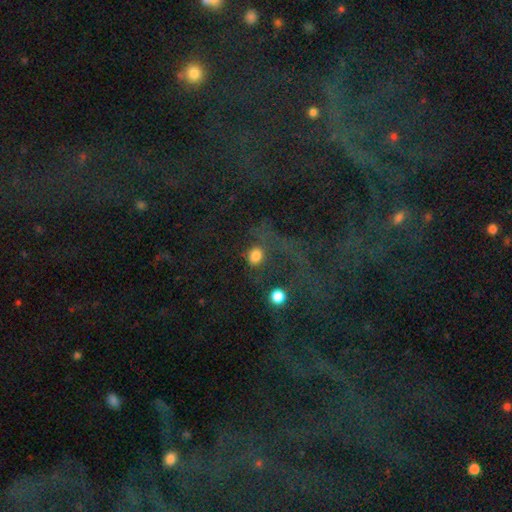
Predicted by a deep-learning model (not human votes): Q: Smooth or featured?
A: smooth (74%); runner-up: star or artifact (17%)
Q: How rounded?
A: round (62%); runner-up: in between (36%)
Q: Merging?
A: none (55%); runner-up: major disturbance (20%)